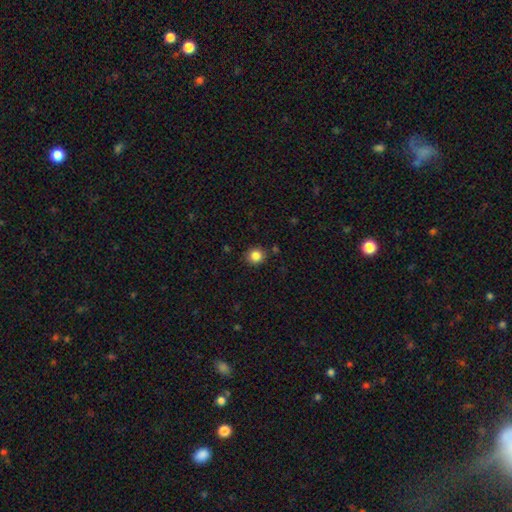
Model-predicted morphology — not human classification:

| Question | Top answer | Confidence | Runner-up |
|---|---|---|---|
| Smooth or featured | smooth | 85% | star or artifact (11%) |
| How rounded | round | 87% | in between (12%) |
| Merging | none | 86% | minor disturbance (9%) |